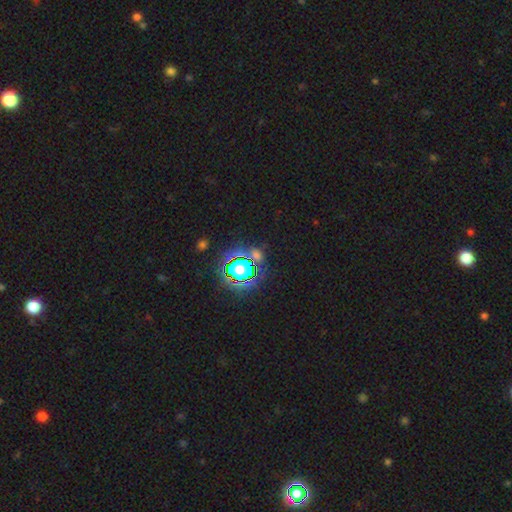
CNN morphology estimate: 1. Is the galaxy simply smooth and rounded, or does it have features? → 61% star or artifact, 27% smooth, 11% featured or disk.